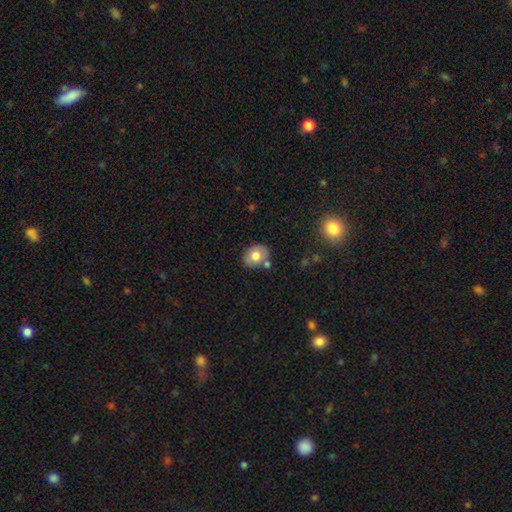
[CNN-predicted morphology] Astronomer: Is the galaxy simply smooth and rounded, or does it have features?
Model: smooth — 73%.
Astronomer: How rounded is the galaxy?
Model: in between — 57% (runner-up: round, 42%).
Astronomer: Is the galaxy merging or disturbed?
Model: none — 71%.